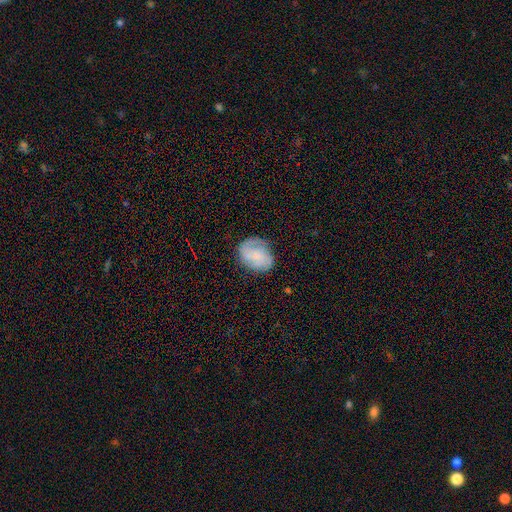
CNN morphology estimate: Overall: featured or disk (61%; smooth 31%). Edge-on disk: no (98%). Bar: no (62%; weak 32%). Spiral arms: yes (93%). Spiral arm count: 2 (41%; 3 23%). Spiral winding: medium (43%; tight 38%). Bulge size: small (41%; none 34%). Merging: none (73%).